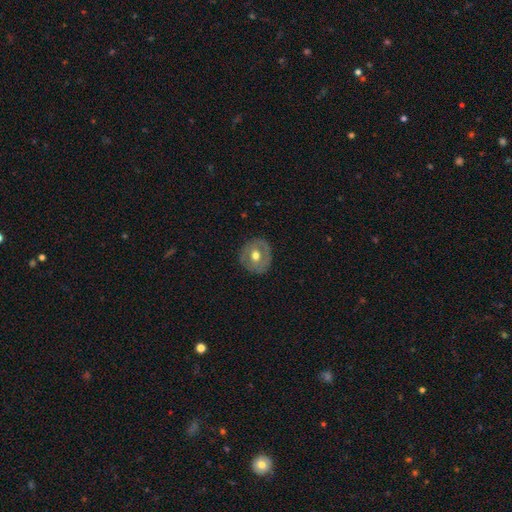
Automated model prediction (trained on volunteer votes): Overall: featured or disk (52%; smooth 41%). Edge-on disk: no (95%). Merging: none (84%).